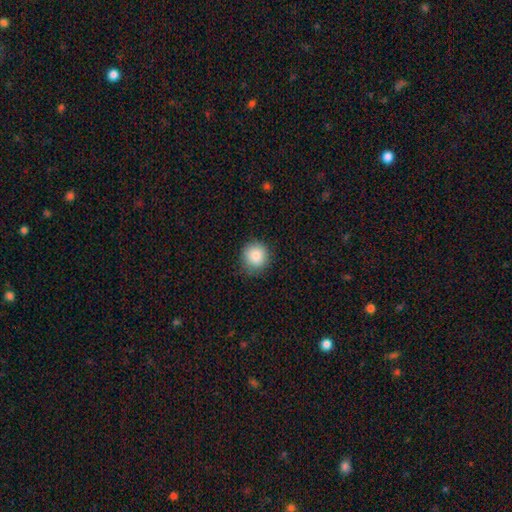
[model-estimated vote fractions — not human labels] Smooth or featured? smooth (86%)
How rounded? round (91%)
Merging? none (84%)